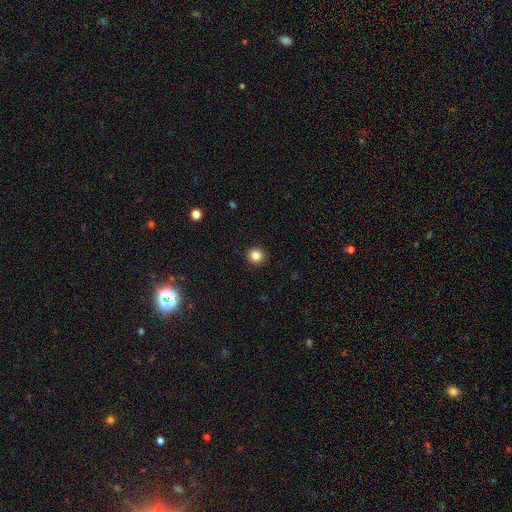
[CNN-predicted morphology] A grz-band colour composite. It shows a smooth galaxy with no disk features (84%) that is round (93%). Merging: none (93%).